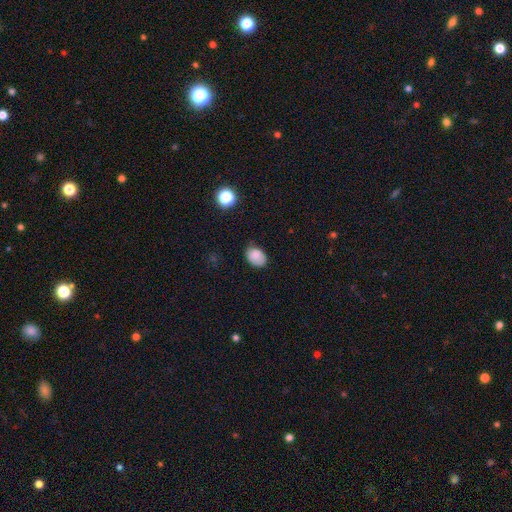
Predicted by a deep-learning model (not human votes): Smooth or featured?
  - smooth: 84% *
  - star or artifact: 9%
  - featured or disk: 7%
How rounded?
  - in between: 73% *
  - round: 26%
  - cigar-shaped: 1%
Merging?
  - none: 66% *
  - minor disturbance: 27%
  - major disturbance: 5%
  - merger: 2%